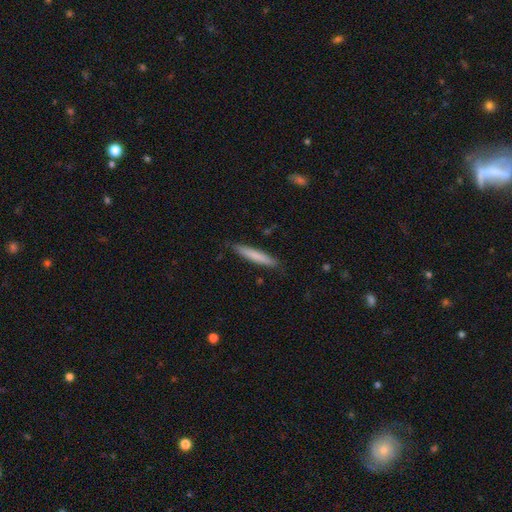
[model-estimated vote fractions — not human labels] Smooth or featured? smooth (77%)
How rounded? cigar-shaped (93%)
Merging? none (87%)